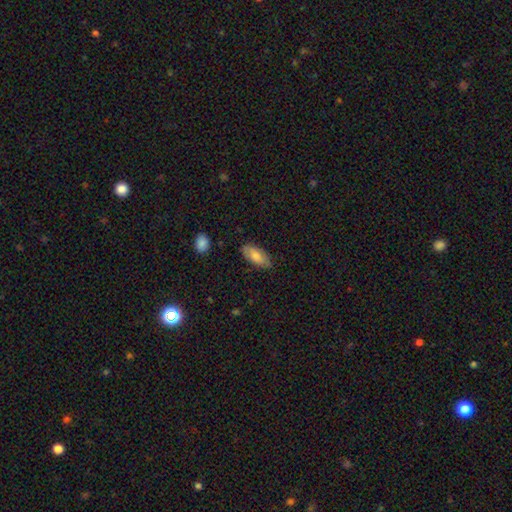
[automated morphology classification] type=smooth (76%); roundness=in between (87%); merging=none (82%).